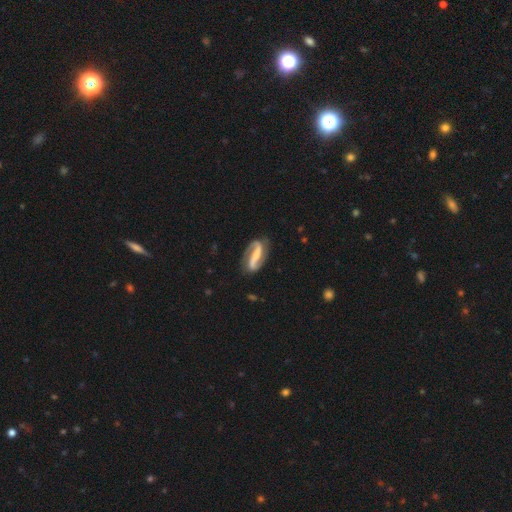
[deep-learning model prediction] Overall: featured or disk (86%). Edge-on disk: no (95%). Bar: strong (61%; weak 24%). Spiral arms: yes (96%). Spiral arm count: 2 (92%). Spiral winding: loose (41%, tied with medium). Bulge size: small (38%; moderate 30%). Merging: none (79%).